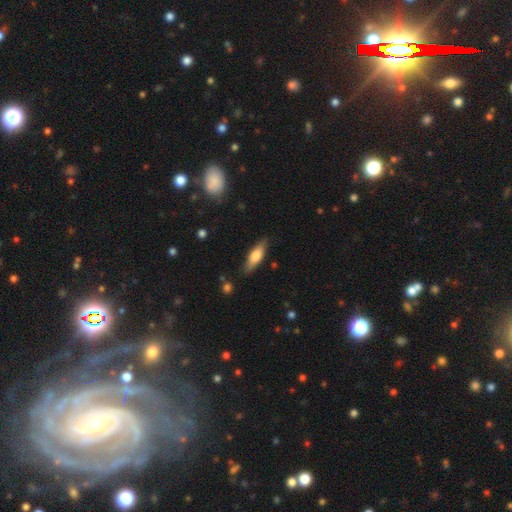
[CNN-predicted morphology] A smooth galaxy with no disk features (62%) that is in between round and cigar-shaped (50%). Merging: none (83%).